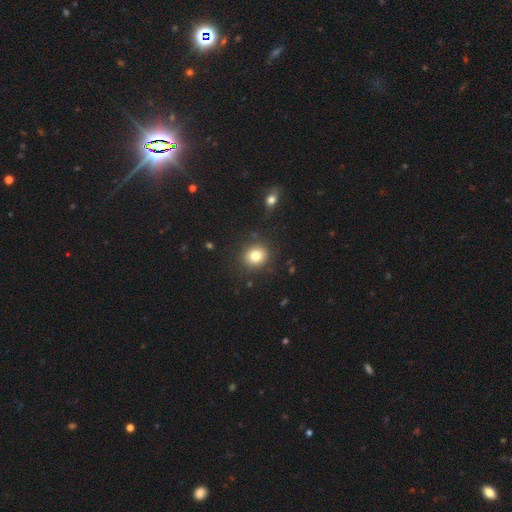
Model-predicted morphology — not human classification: Smooth or featured?
  - smooth: 80% *
  - star or artifact: 12%
  - featured or disk: 8%
How rounded?
  - round: 80% *
  - in between: 19%
  - cigar-shaped: 1%
Merging?
  - none: 87% *
  - minor disturbance: 8%
  - major disturbance: 3%
  - merger: 2%